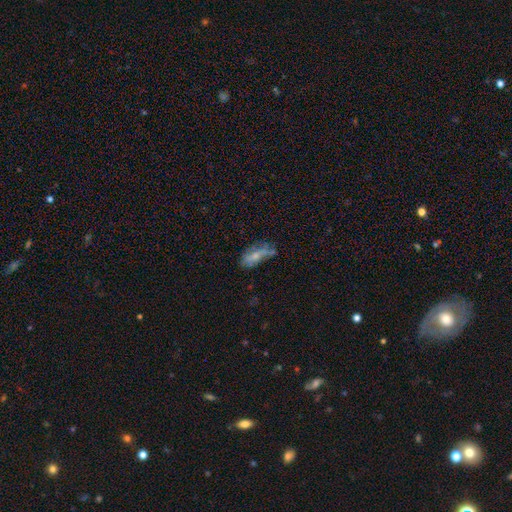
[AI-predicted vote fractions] A smooth galaxy with no disk features (55%) that is in between round and cigar-shaped (68%).

Vote fractions:
- Smooth or featured? smooth: 55% / featured or disk: 36% / star or artifact: 9%
- How rounded? in between: 68% / cigar-shaped: 29% / round: 3%
- Merging? none: 48% / minor disturbance: 31% / major disturbance: 15% / merger: 7%